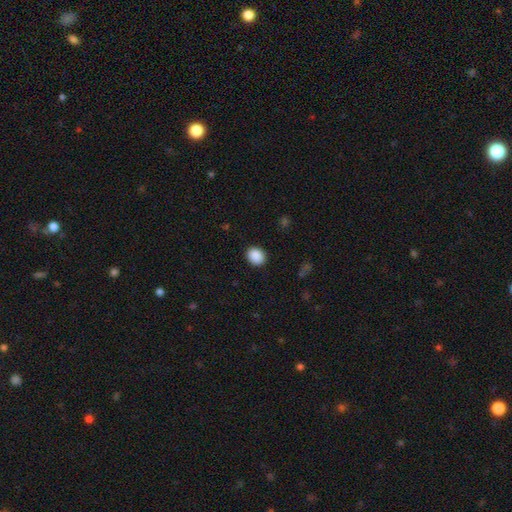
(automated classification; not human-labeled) Smooth or featured: smooth — 89% (star or artifact — 8%)
How rounded: round — 65% (in between — 34%)
Merging: none — 90% (minor disturbance — 7%)